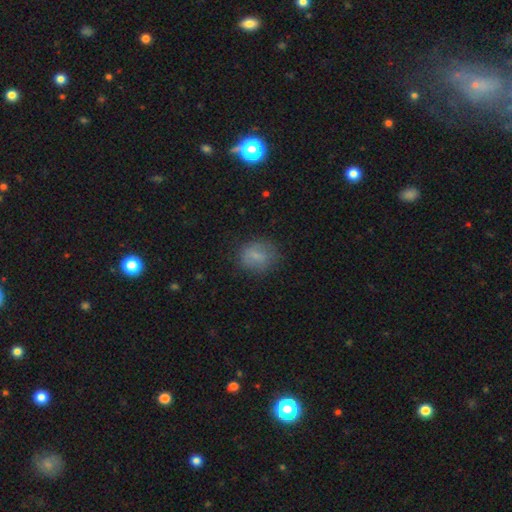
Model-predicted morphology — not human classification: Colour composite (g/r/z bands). It shows a smooth galaxy with no disk features (71%) that is round (56%). Merging: none (73%).